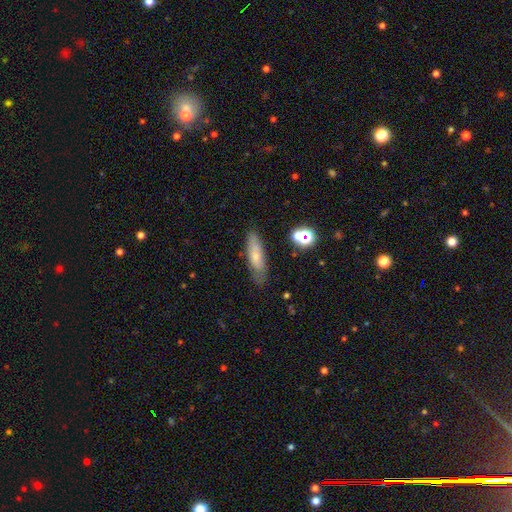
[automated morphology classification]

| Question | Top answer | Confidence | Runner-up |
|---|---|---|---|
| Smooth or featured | smooth | 65% | featured or disk (26%) |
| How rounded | cigar-shaped | 58% | in between (39%) |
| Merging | none | 73% | minor disturbance (19%) |